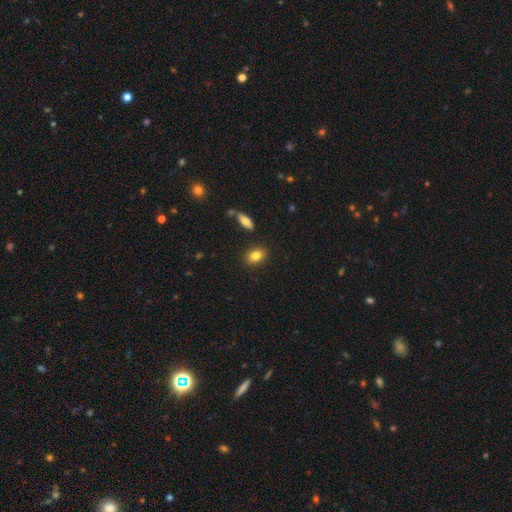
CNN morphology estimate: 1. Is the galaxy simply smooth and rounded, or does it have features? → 83% smooth, 9% star or artifact, 8% featured or disk.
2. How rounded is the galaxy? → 69% in between, 29% round, 2% cigar-shaped.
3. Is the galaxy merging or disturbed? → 87% none, 9% minor disturbance, 2% merger, 2% major disturbance.